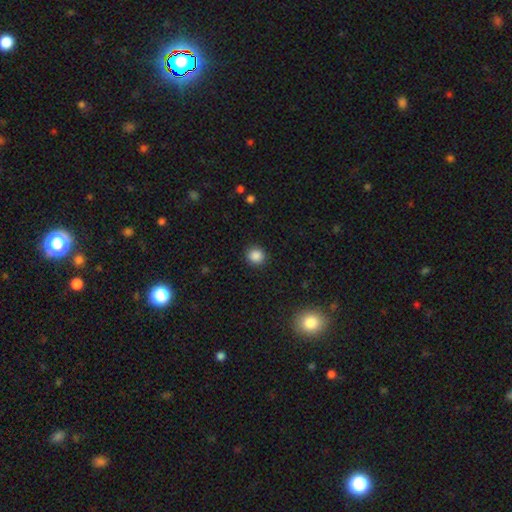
Q: Smooth or featured?
A: smooth (88%); runner-up: star or artifact (12%)
Q: How rounded?
A: round (91%); runner-up: in between (9%)
Q: Merging?
A: none (89%); runner-up: minor disturbance (9%)